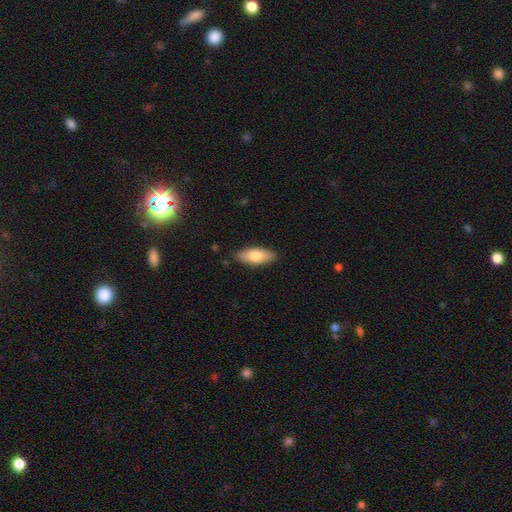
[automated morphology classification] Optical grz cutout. It shows a smooth galaxy with no disk features (77%) that is in between round and cigar-shaped (76%). Merging: none (86%).